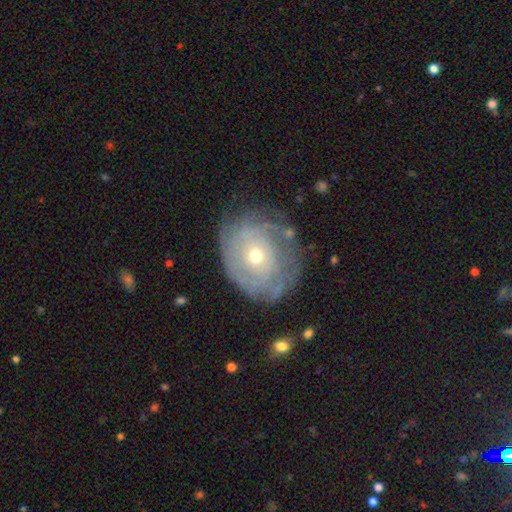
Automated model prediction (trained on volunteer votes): Smooth or featured? featured or disk (77%)
Edge-on disk? no (96%)
Bar? no (82%)
Spiral arms? yes (84%)
Spiral winding? tight (75%)
Spiral arm count? can't tell (56%)
Bulge size? small (52%)
Merging? none (69%)